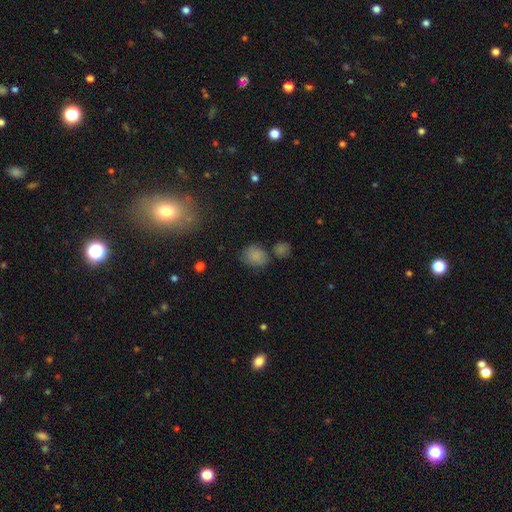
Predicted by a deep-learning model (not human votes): smooth-or-featured: smooth: 80% | star or artifact: 12% | featured or disk: 8%
  how-rounded: round: 57% | in between: 42% | cigar-shaped: 1%
  merging: none: 61% | minor disturbance: 19% | merger: 13% | major disturbance: 7%